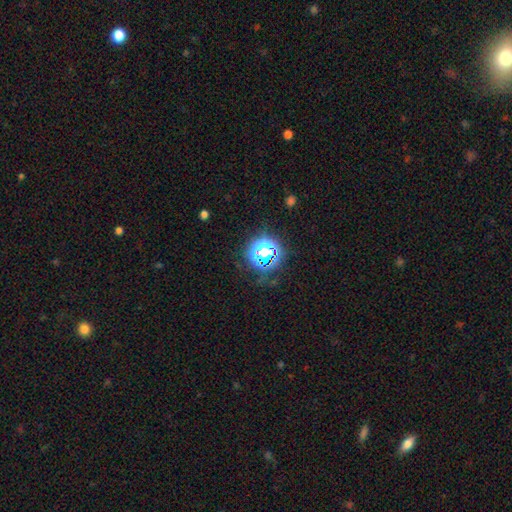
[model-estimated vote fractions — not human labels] Smooth or featured: star or artifact — 71% (smooth — 19%)